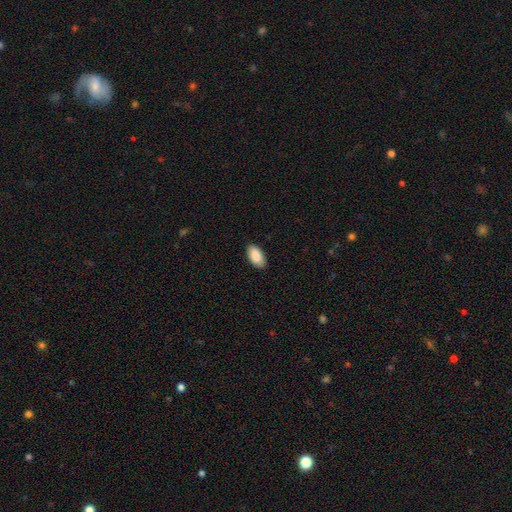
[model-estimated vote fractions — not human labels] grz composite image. It shows a smooth galaxy with no disk features (89%) that is in between round and cigar-shaped (95%). Merging: none (89%).